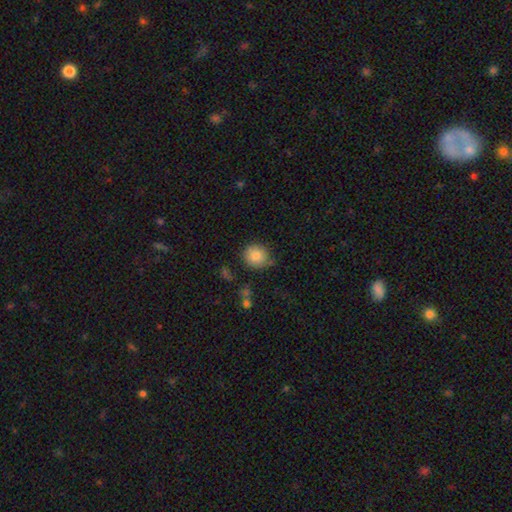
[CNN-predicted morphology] Smooth or featured: smooth — 84% (star or artifact — 9%)
How rounded: round — 88% (in between — 11%)
Merging: none — 75% (minor disturbance — 18%)